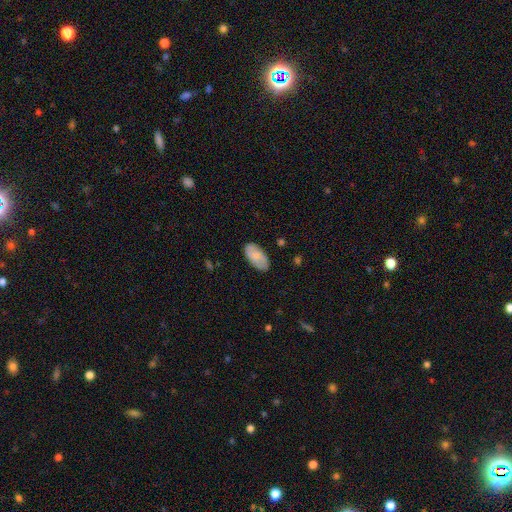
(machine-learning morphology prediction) smooth_or_featured: smooth (p=0.80) [alt: featured or disk p=0.14]
how_rounded: in between (p=0.95) [alt: cigar-shaped p=0.03]
merging: none (p=0.83) [alt: minor disturbance p=0.13]